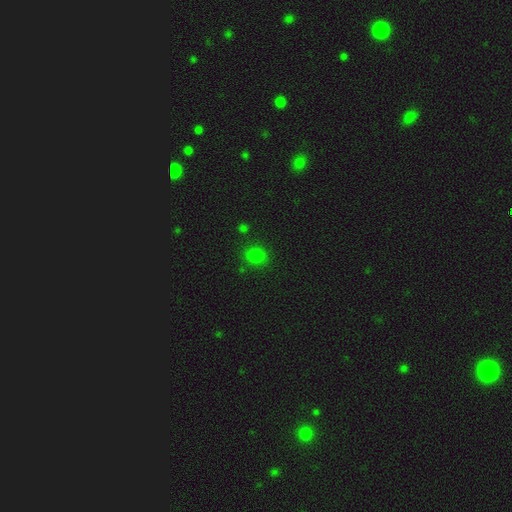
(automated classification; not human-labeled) Q: Smooth or featured?
A: smooth (79%); runner-up: star or artifact (17%)
Q: How rounded?
A: round (71%); runner-up: in between (28%)
Q: Merging?
A: none (84%); runner-up: minor disturbance (10%)